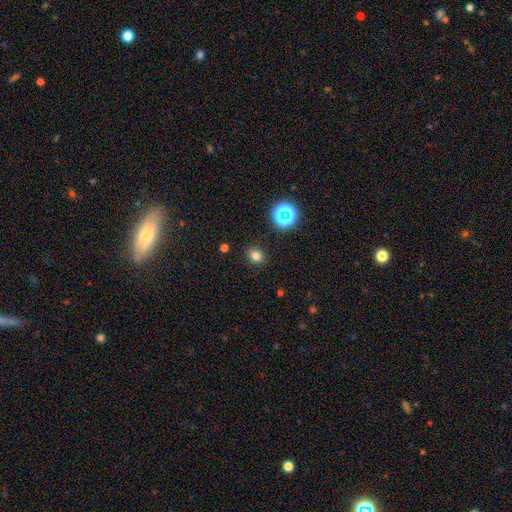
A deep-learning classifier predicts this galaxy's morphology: Smooth or featured: smooth — 76% (star or artifact — 18%)
How rounded: round — 67% (in between — 32%)
Merging: none — 89% (minor disturbance — 7%)